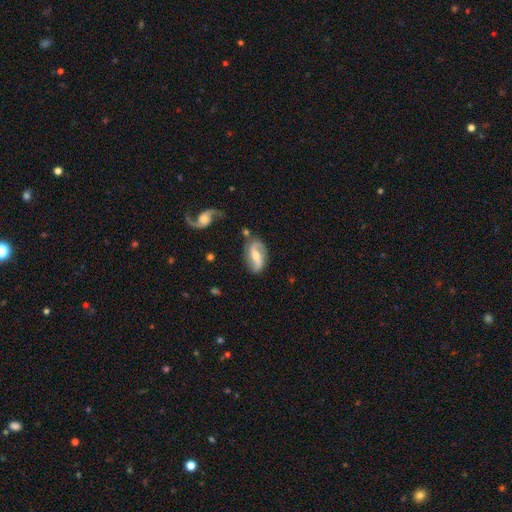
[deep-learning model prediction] Q: Smooth or featured?
A: featured or disk (79%); runner-up: smooth (15%)
Q: Edge-on disk?
A: no (94%); runner-up: yes (6%)
Q: Bar?
A: weak (37%); runner-up: strong (33%)
Q: Spiral arms?
A: yes (93%); runner-up: no (7%)
Q: Spiral winding?
A: loose (57%); runner-up: medium (30%)
Q: Spiral arm count?
A: 2 (91%); runner-up: can't tell (4%)
Q: Bulge size?
A: moderate (60%); runner-up: small (34%)
Q: Merging?
A: none (75%); runner-up: minor disturbance (16%)